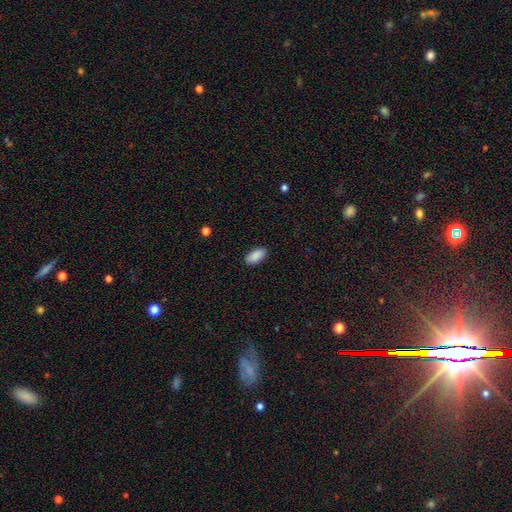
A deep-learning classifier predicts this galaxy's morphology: Overall: smooth (90%). How rounded: in between (93%). Merging: none (89%).